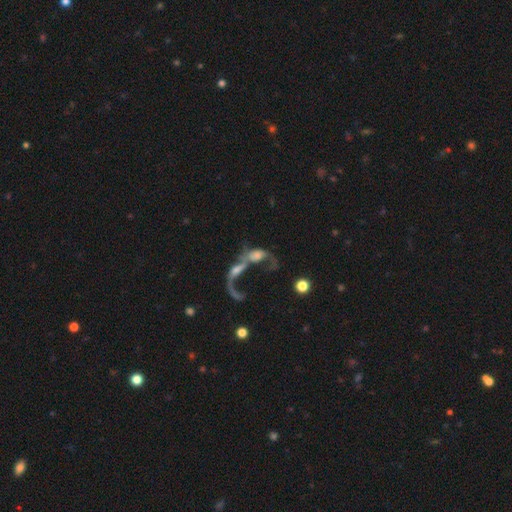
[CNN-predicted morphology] smooth_or_featured: featured or disk (p=0.60) [alt: smooth p=0.26]
disk_edge_on: no (p=0.92) [alt: yes p=0.08]
bar: no (p=0.66) [alt: weak p=0.25]
has_spiral_arms: yes (p=0.63) [alt: no p=0.37]
bulge_size: moderate (p=0.30) [alt: none p=0.28]
merging: merger (p=0.72) [alt: major disturbance p=0.14]